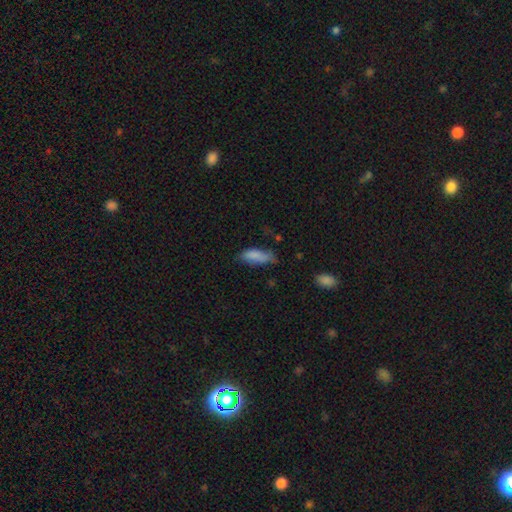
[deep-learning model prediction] This is clearly a smooth galaxy (82%). How rounded: likely in between (71%). Merging: possibly none (49%).